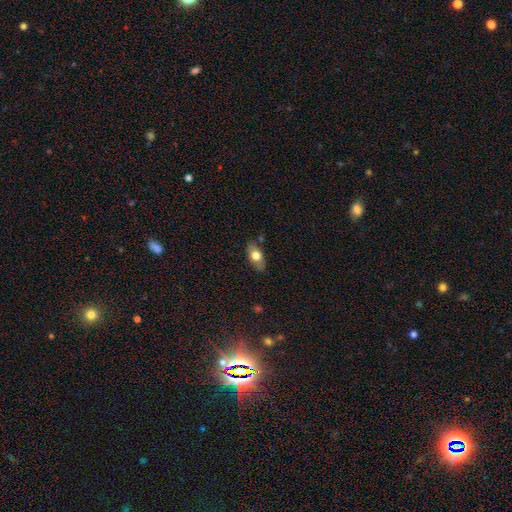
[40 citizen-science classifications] smooth-or-featured: smooth: 55% | featured or disk: 45% | star or artifact: 0%
  how-rounded: in between: 100% | round: 0% | cigar-shaped: 0%
  merging: none: 82% | minor disturbance: 15% | merger: 2% | major disturbance: 0%